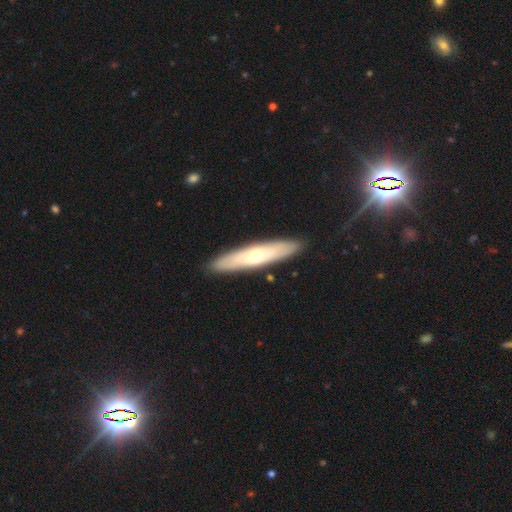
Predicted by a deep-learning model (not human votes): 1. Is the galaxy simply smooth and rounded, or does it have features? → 49% featured or disk, 46% smooth, 5% star or artifact.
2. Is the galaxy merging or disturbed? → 89% none, 8% minor disturbance, 2% major disturbance, 1% merger.